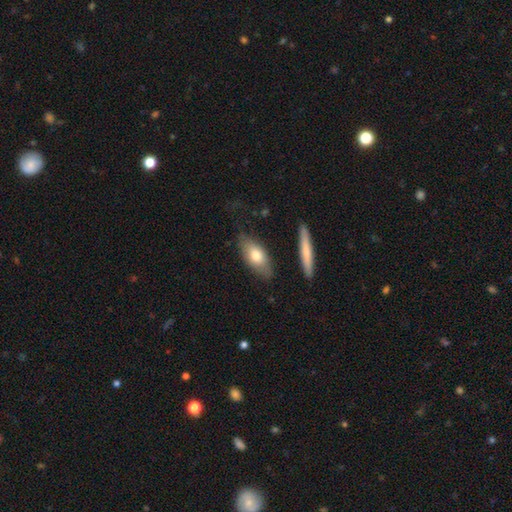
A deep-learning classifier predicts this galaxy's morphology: This appears to be a smooth galaxy with no disk features (69%) that is in between round and cigar-shaped (81%). Merging: none (76%).